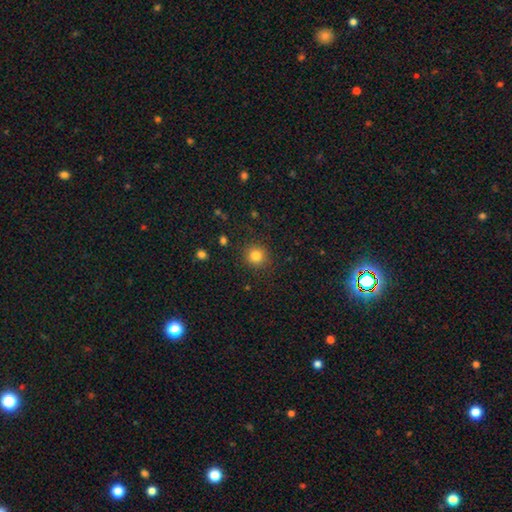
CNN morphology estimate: A smooth galaxy with no disk features (83%) that is round (90%). Merging: none (88%).